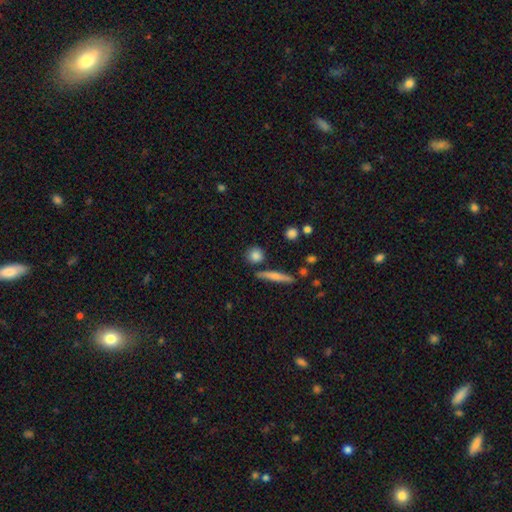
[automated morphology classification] smooth 82%, featured or disk 10%, star or artifact 9%. Down the decision tree: how rounded — round (79%); merging — none (79%).